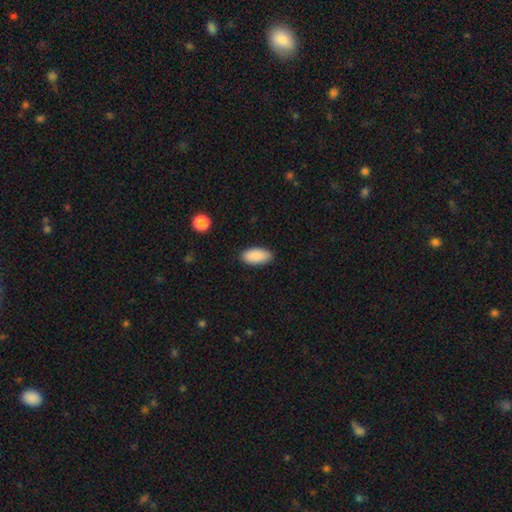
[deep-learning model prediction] This appears to be a smooth galaxy with no disk features (90%) that is in between round and cigar-shaped (92%). Merging: none (87%).